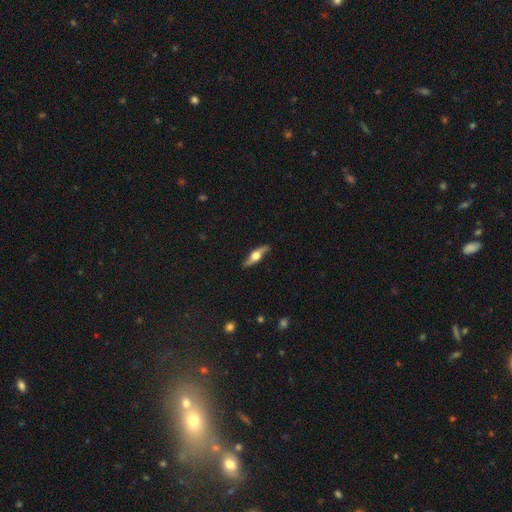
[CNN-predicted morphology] A featured or disk galaxy (71%) viewed edge-on (89%) with a rounded central bulge (94%). Merging: none (85%).